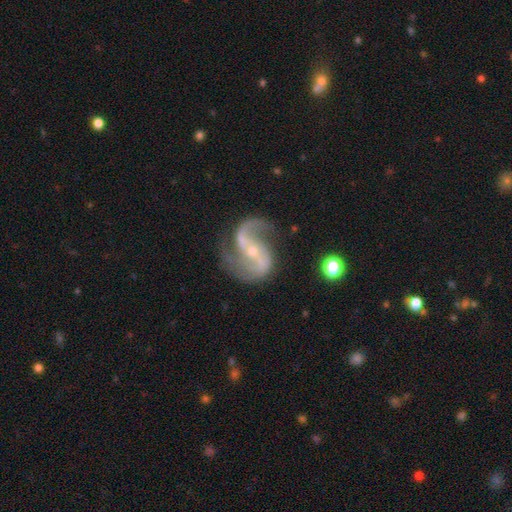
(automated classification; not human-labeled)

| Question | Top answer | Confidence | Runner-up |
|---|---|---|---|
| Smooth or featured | featured or disk | 90% | star or artifact (6%) |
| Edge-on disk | no | 98% | yes (2%) |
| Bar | weak | 35% | strong (34%) |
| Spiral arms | yes | 97% | no (3%) |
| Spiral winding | medium | 45% | loose (44%) |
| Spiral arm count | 2 | 90% | 3 (2%) |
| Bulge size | small | 72% | moderate (23%) |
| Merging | none | 73% | minor disturbance (16%) |